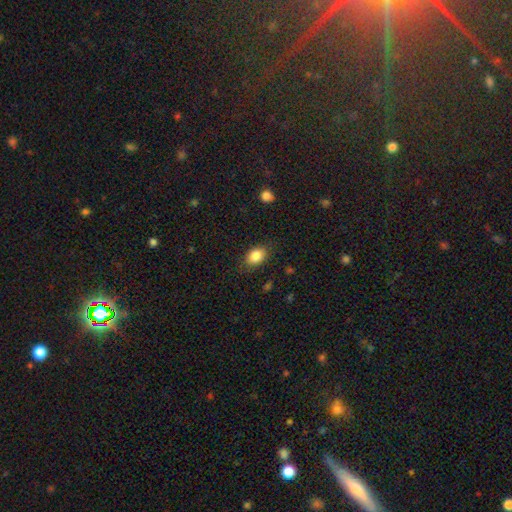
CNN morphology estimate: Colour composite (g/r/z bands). It shows a smooth galaxy with no disk features (85%) that is in between round and cigar-shaped (80%). Merging: none (81%).